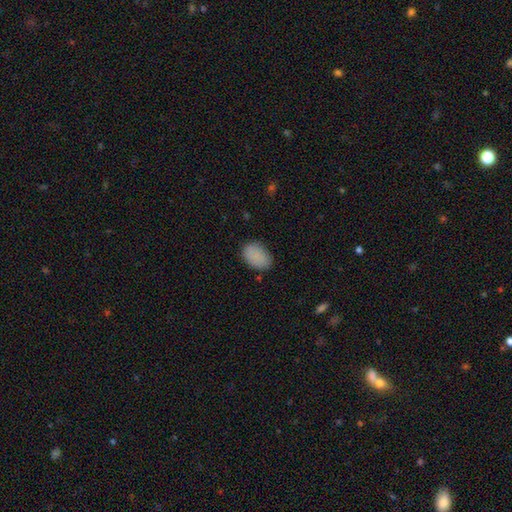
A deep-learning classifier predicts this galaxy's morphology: Smooth or featured: smooth — 88% (star or artifact — 7%)
How rounded: in between — 88% (round — 11%)
Merging: none — 80% (minor disturbance — 15%)